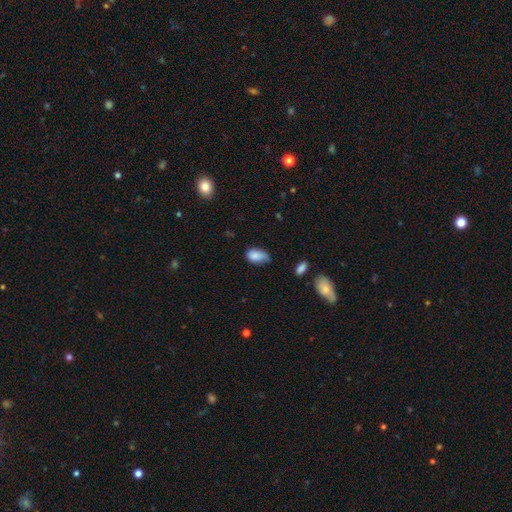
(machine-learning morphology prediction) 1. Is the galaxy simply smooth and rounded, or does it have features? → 83% smooth, 9% featured or disk, 8% star or artifact.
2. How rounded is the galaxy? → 91% in between, 7% round, 2% cigar-shaped.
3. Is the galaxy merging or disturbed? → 47% none, 41% minor disturbance, 10% major disturbance, 2% merger.